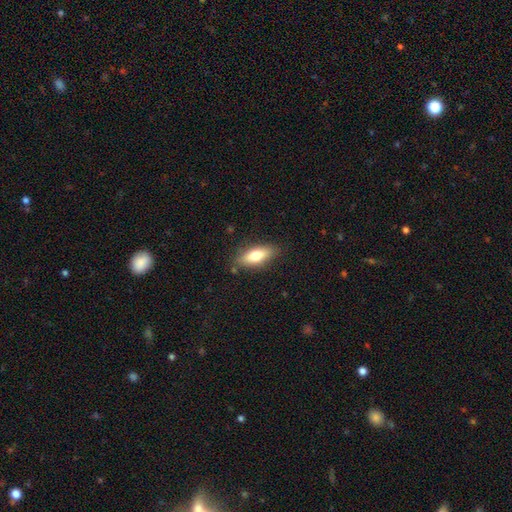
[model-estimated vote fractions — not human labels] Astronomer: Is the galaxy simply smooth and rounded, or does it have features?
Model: smooth — 72%.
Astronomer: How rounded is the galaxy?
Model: in between — 70%.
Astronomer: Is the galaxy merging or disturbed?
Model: none — 83%.